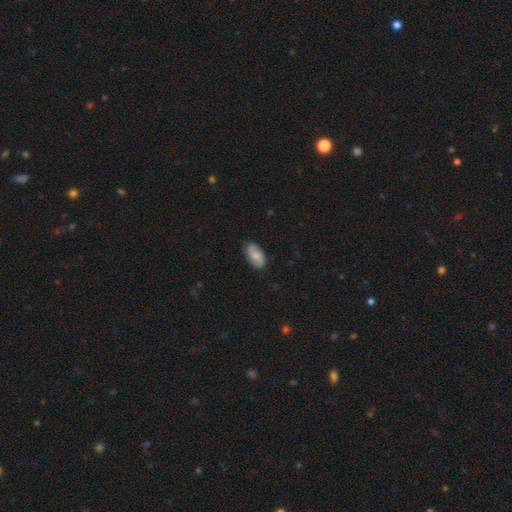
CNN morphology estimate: Smooth or featured? Predicted: smooth (p=0.47). Merging? Predicted: none (p=0.84).